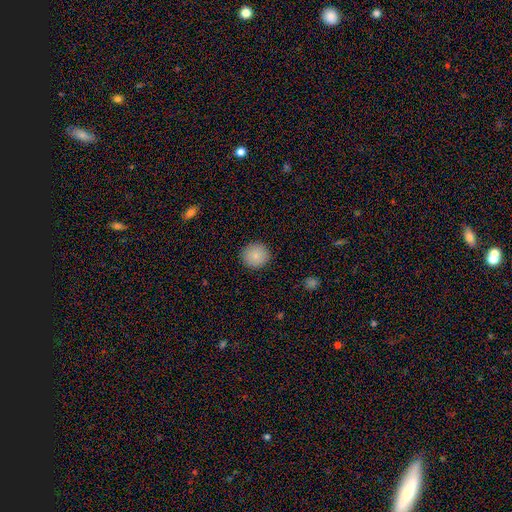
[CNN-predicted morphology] type=smooth (85%); roundness=round (91%); merging=none (91%).